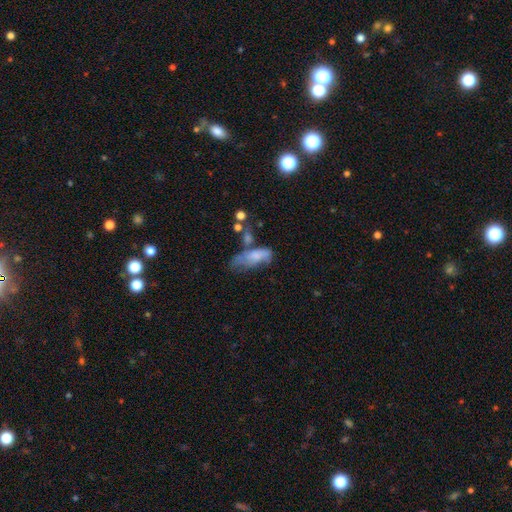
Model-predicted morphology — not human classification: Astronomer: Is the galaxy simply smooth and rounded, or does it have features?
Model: smooth — 63%.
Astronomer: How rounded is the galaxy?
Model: in between — 77%.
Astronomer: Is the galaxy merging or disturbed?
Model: major disturbance — 29% (runner-up: minor disturbance, 25%).